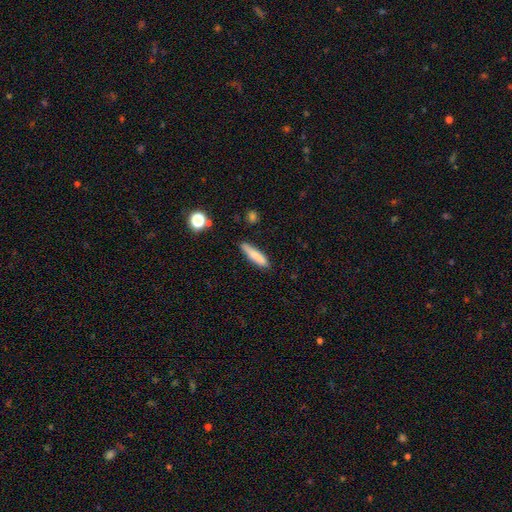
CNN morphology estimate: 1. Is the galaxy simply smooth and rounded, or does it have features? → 81% smooth, 12% featured or disk, 7% star or artifact.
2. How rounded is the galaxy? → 80% cigar-shaped, 18% in between, 2% round.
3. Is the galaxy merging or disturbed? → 81% none, 14% minor disturbance, 3% major disturbance, 2% merger.